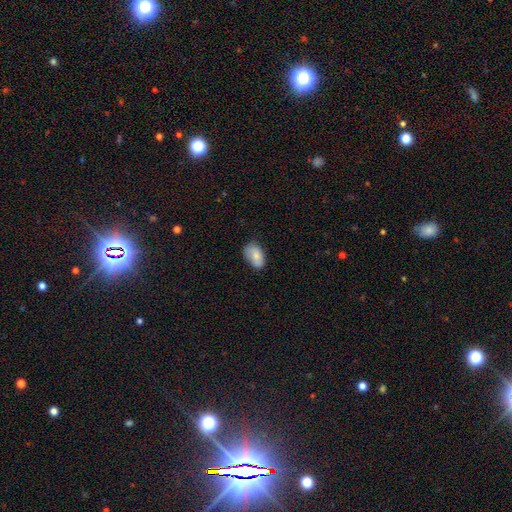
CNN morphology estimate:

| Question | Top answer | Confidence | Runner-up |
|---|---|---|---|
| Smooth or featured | smooth | 80% | featured or disk (13%) |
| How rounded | in between | 92% | round (6%) |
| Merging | none | 69% | minor disturbance (25%) |